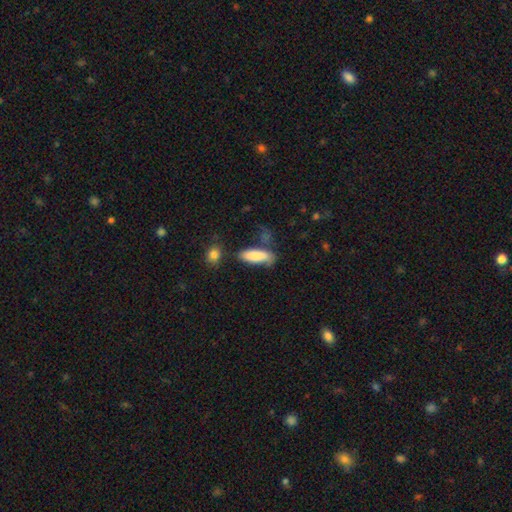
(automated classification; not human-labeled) Smooth or featured? smooth (83%)
How rounded? in between (58%)
Merging? none (60%)